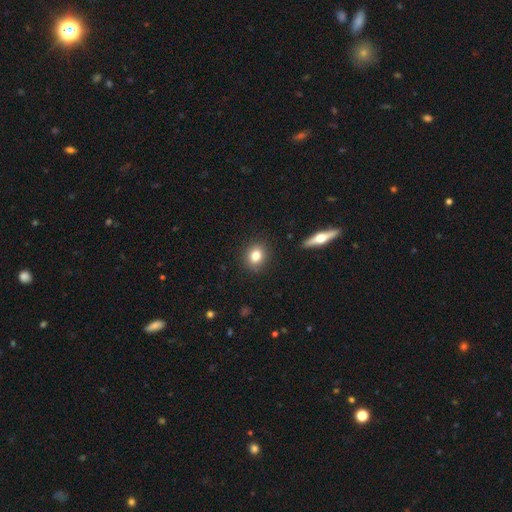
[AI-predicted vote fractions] Smooth or featured?
  - smooth: 80% *
  - featured or disk: 10%
  - star or artifact: 10%
How rounded?
  - round: 68% *
  - in between: 30%
  - cigar-shaped: 2%
Merging?
  - none: 89% *
  - minor disturbance: 7%
  - major disturbance: 2%
  - merger: 1%